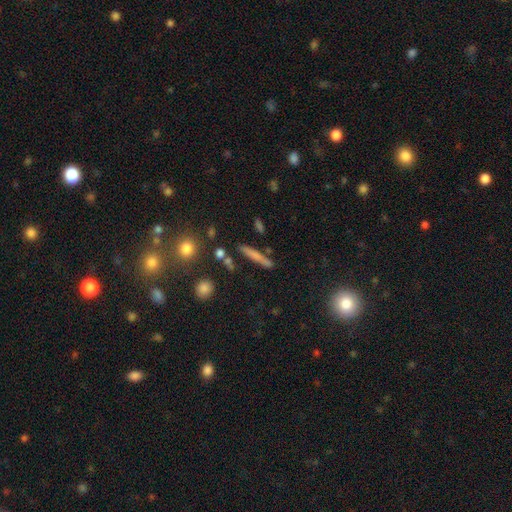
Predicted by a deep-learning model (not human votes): Smooth or featured?
  - smooth: 59% *
  - featured or disk: 31%
  - star or artifact: 9%
How rounded?
  - cigar-shaped: 90% *
  - in between: 6%
  - round: 3%
Merging?
  - none: 81% *
  - minor disturbance: 10%
  - merger: 6%
  - major disturbance: 3%